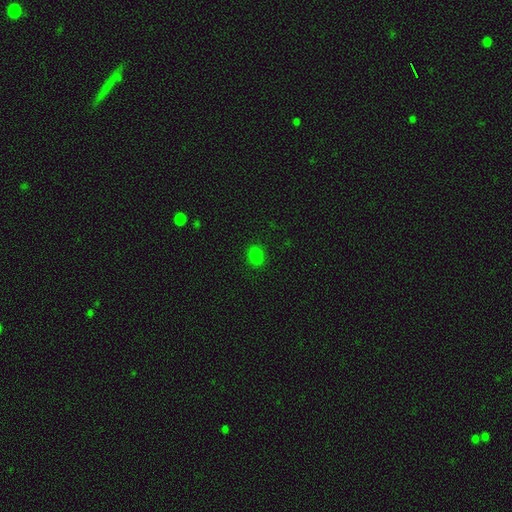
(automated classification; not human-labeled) Overall: smooth (82%). How rounded: in between (57%; round 41%). Merging: none (88%).